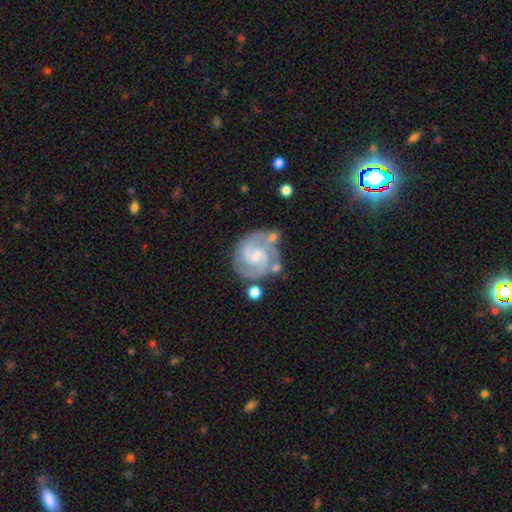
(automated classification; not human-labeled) Q: Smooth or featured?
A: featured or disk (87%); runner-up: smooth (8%)
Q: Edge-on disk?
A: no (98%); runner-up: yes (2%)
Q: Bar?
A: weak (50%); runner-up: no (40%)
Q: Spiral arms?
A: yes (97%); runner-up: no (3%)
Q: Spiral winding?
A: medium (51%); runner-up: tight (40%)
Q: Spiral arm count?
A: 2 (75%); runner-up: 3 (13%)
Q: Bulge size?
A: small (63%); runner-up: moderate (26%)
Q: Merging?
A: none (63%); runner-up: minor disturbance (18%)